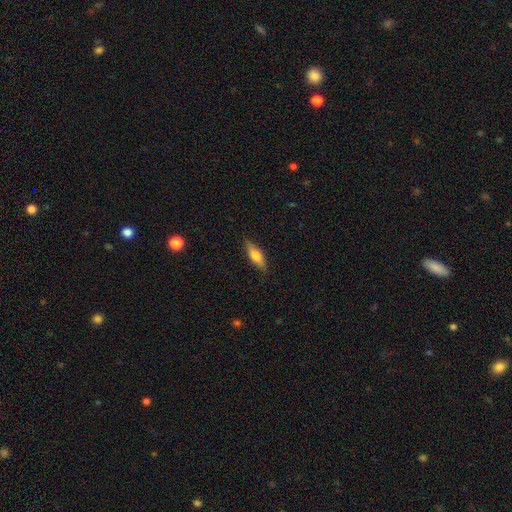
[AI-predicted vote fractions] This is likely a smooth galaxy (67%). How rounded: possibly in between (54%). Merging: clearly none (85%).